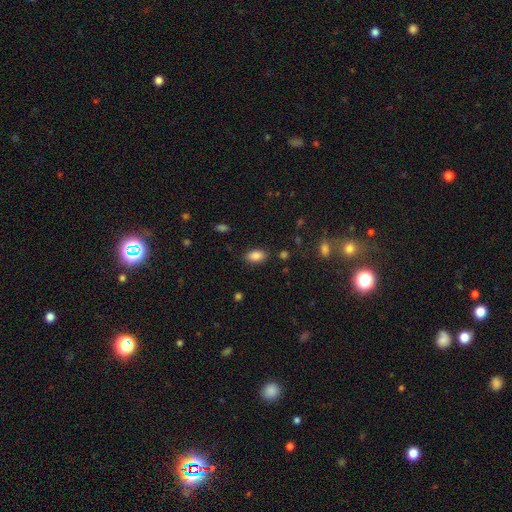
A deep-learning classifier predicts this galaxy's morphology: A smooth galaxy with no disk features (85%) that is in between round and cigar-shaped (90%). Merging: none (84%).